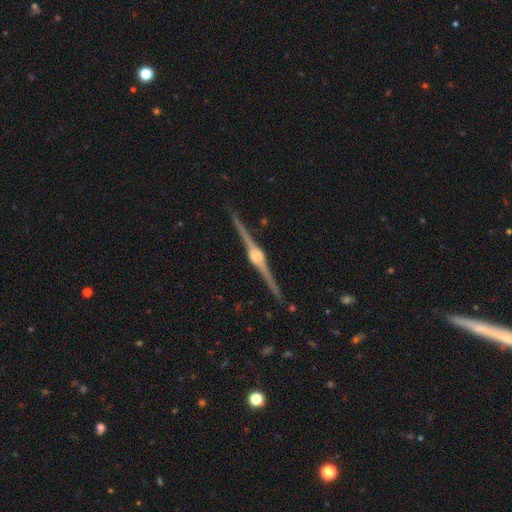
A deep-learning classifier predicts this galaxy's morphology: type=featured or disk (91%); edge-on=yes (99%); edge-on bulge=rounded (87%); merging=none (91%).